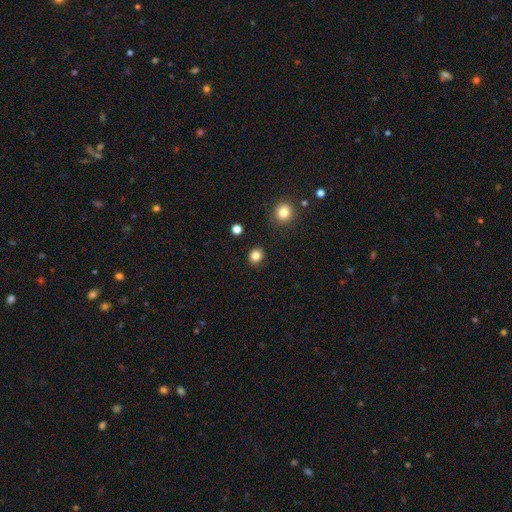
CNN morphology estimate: smooth_or_featured: smooth (p=0.84) [alt: star or artifact p=0.12]
how_rounded: round (p=0.77) [alt: in between p=0.22]
merging: none (p=0.90) [alt: minor disturbance p=0.07]